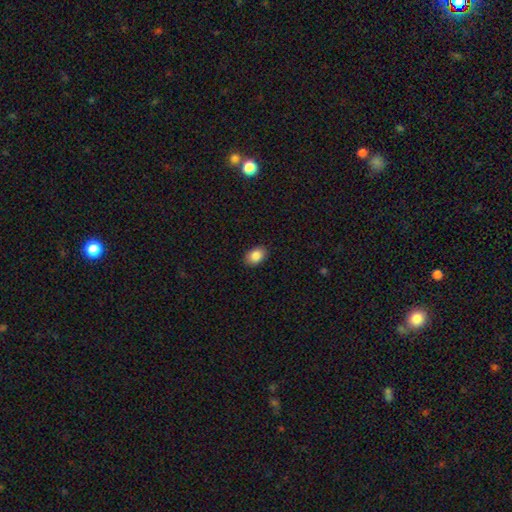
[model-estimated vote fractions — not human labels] A smooth galaxy with no disk features (87%) that is in between round and cigar-shaped (80%).

Vote fractions:
- Smooth or featured? smooth: 87% / star or artifact: 8% / featured or disk: 5%
- How rounded? in between: 80% / round: 19% / cigar-shaped: 1%
- Merging? none: 90% / minor disturbance: 8% / major disturbance: 2% / merger: 1%